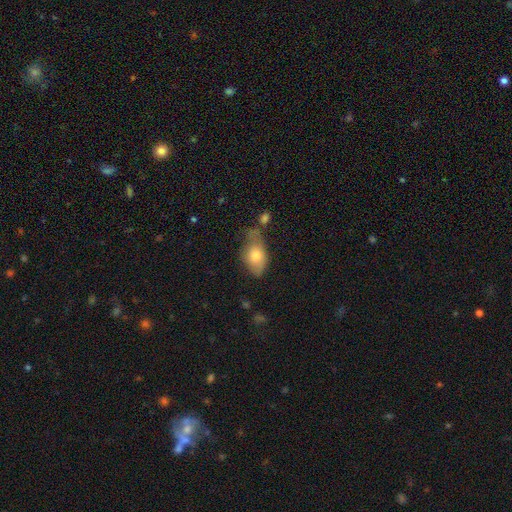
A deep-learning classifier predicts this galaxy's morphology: Smooth or featured? Predicted: smooth (p=0.73). How rounded? Predicted: in between (p=0.87). Merging? Predicted: none (p=0.43).